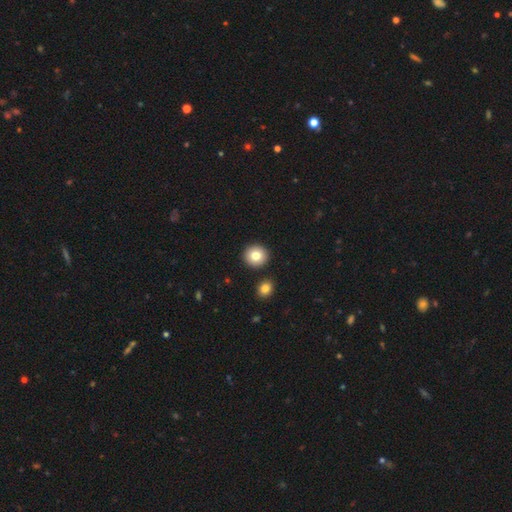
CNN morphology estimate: Smooth or featured? Predicted: smooth (p=0.81). How rounded? Predicted: round (p=0.92). Merging? Predicted: none (p=0.90).